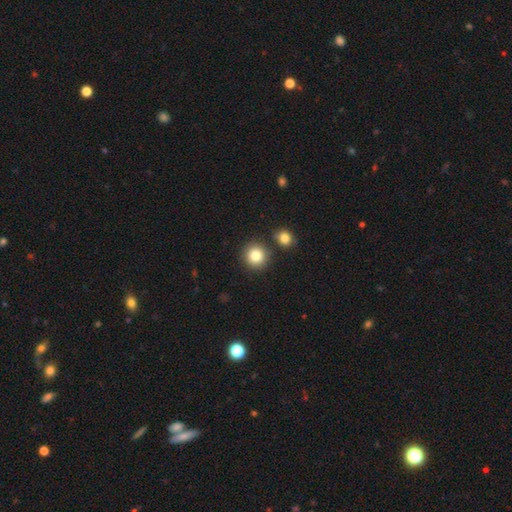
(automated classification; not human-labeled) smooth 84%, star or artifact 10%, featured or disk 6%. Down the decision tree: how rounded — round (92%); merging — none (82%).